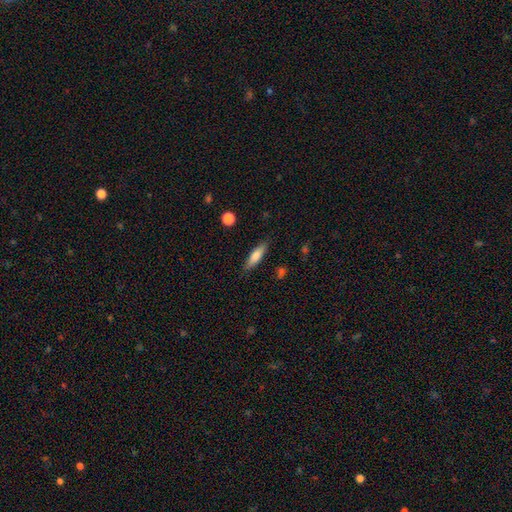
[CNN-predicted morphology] The model was most divided on "how rounded": cigar-shaped: 61%, in between: 37%, round: 2%. More confident: merging — none (84%); smooth or featured — smooth (73%).